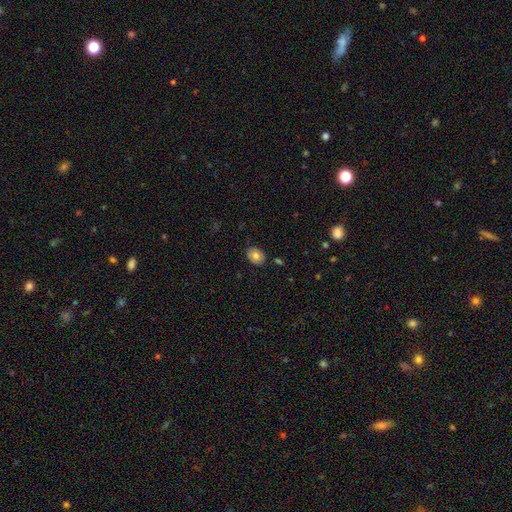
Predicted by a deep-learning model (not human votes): Smooth or featured: smooth — 78% (featured or disk — 13%)
How rounded: in between — 59% (round — 40%)
Merging: none — 85% (minor disturbance — 10%)